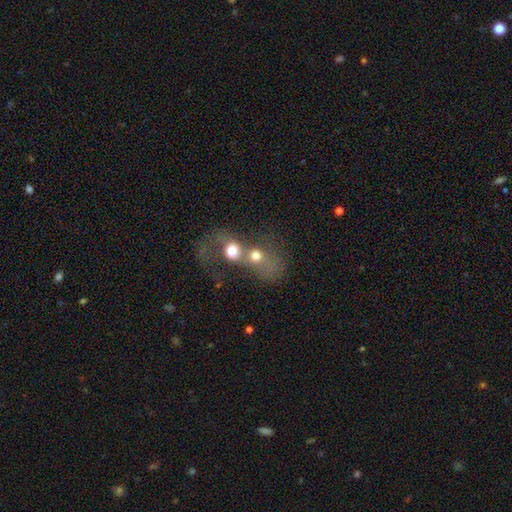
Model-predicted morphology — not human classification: type=smooth (51%); roundness=round (61%); merging=merger (78%).